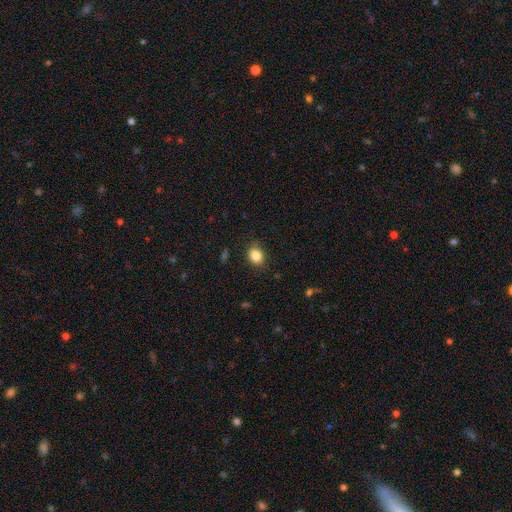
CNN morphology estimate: Smooth or featured?
  - smooth: 85% *
  - star or artifact: 10%
  - featured or disk: 5%
How rounded?
  - round: 52% *
  - in between: 47%
  - cigar-shaped: 1%
Merging?
  - none: 83% *
  - minor disturbance: 13%
  - major disturbance: 3%
  - merger: 1%